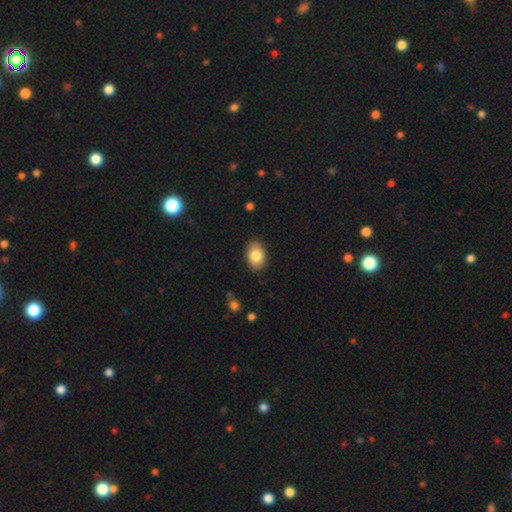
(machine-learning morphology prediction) A smooth galaxy with no disk features (83%) that is in between round and cigar-shaped (84%). Merging: none (87%).